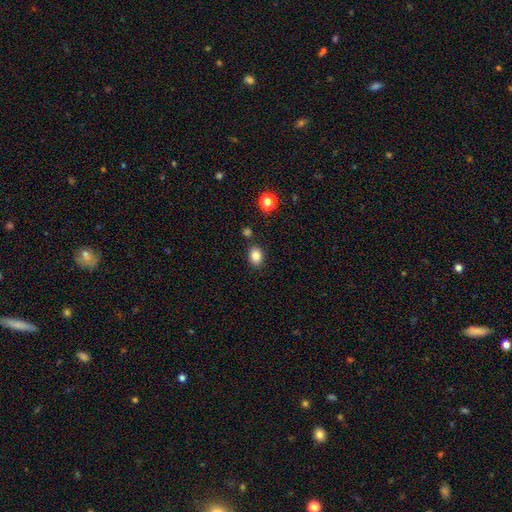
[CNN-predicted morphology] Smooth or featured? smooth (84%)
How rounded? in between (66%)
Merging? none (83%)